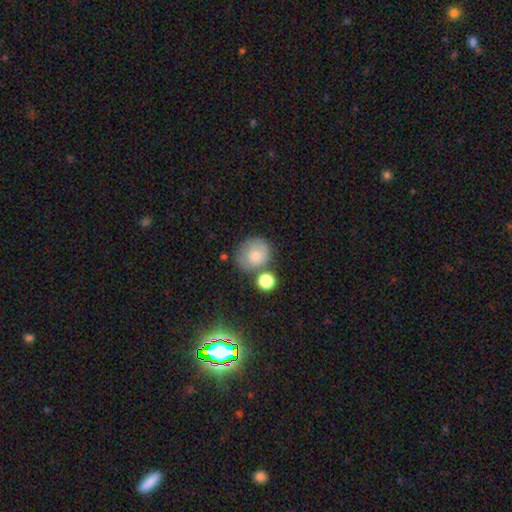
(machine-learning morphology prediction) Smooth or featured: smooth — 75% (featured or disk — 16%)
How rounded: round — 78% (in between — 21%)
Merging: none — 56% (minor disturbance — 21%)